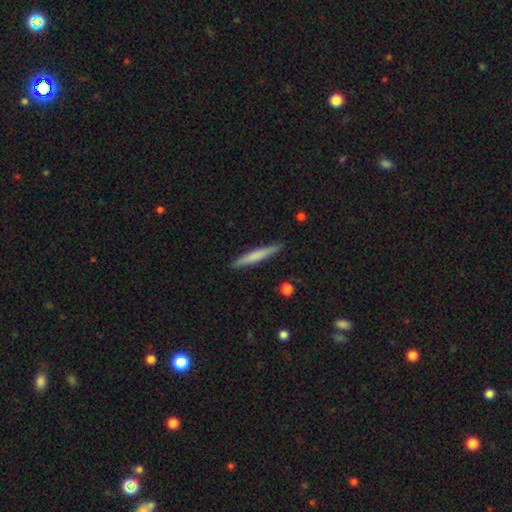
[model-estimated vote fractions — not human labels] Smooth or featured? Predicted: smooth (p=0.66). How rounded? Predicted: cigar-shaped (p=0.95). Merging? Predicted: none (p=0.90).